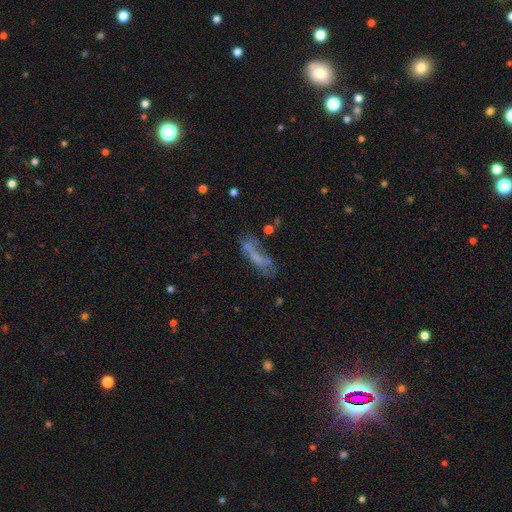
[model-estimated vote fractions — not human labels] Smooth or featured?
  - smooth: 44% *
  - featured or disk: 41%
  - star or artifact: 15%
Merging?
  - none: 42% *
  - minor disturbance: 22%
  - major disturbance: 22%
  - merger: 13%